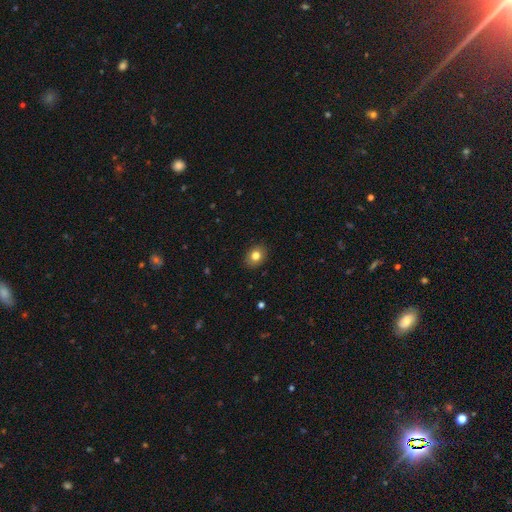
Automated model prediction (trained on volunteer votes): A smooth galaxy with no disk features (81%) that is in between round and cigar-shaped (58%).

Vote fractions:
- Smooth or featured? smooth: 81% / star or artifact: 10% / featured or disk: 9%
- How rounded? in between: 58% / round: 42% / cigar-shaped: 1%
- Merging? none: 89% / minor disturbance: 8% / major disturbance: 2% / merger: 1%